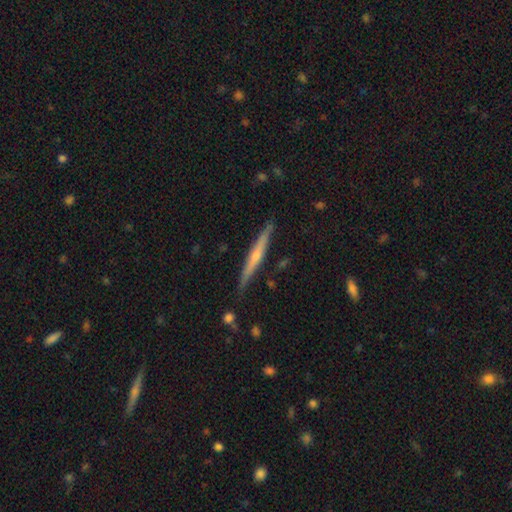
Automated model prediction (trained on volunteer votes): Smooth or featured? featured or disk (64%)
Edge-on disk? yes (97%)
Edge-on bulge? rounded (60%)
Merging? none (88%)